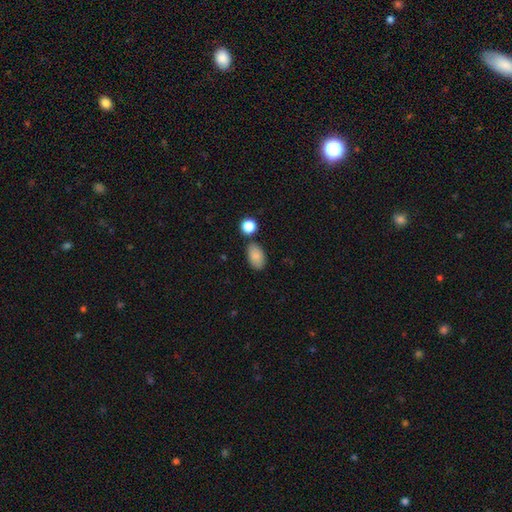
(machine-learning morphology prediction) Smooth or featured: smooth — 86% (star or artifact — 8%)
How rounded: in between — 92% (round — 6%)
Merging: none — 77% (minor disturbance — 13%)